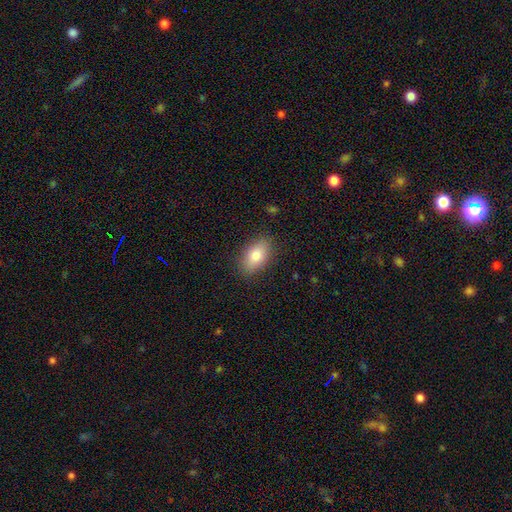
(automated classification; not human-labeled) Q: Smooth or featured?
A: smooth (80%); runner-up: featured or disk (12%)
Q: How rounded?
A: in between (90%); runner-up: round (7%)
Q: Merging?
A: none (86%); runner-up: minor disturbance (10%)